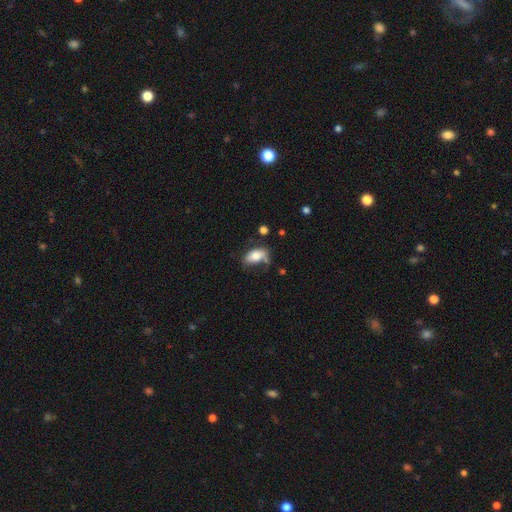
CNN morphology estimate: This appears to be a smooth galaxy with no disk features (76%) that is in between round and cigar-shaped (91%). Merging: none (48%).